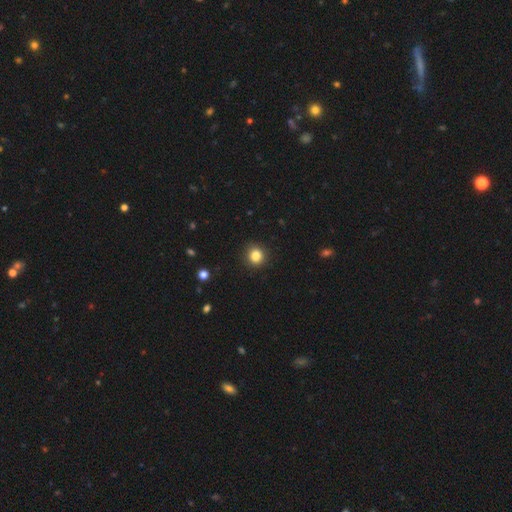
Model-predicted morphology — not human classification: Smooth or featured: smooth — 84% (star or artifact — 11%)
How rounded: round — 87% (in between — 12%)
Merging: none — 91% (minor disturbance — 6%)